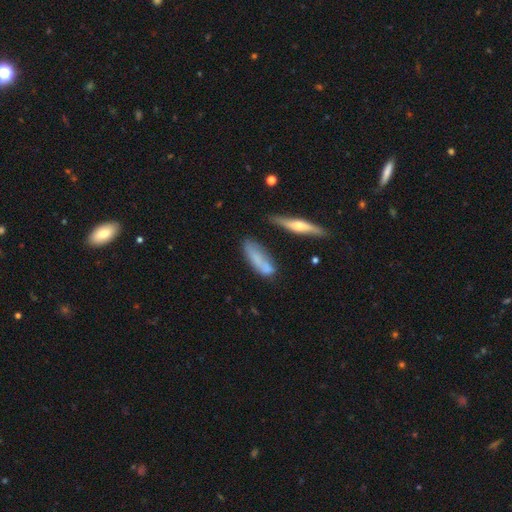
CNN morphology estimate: The model was most divided on "smooth or featured": smooth: 54%, featured or disk: 34%, star or artifact: 13%. More confident: how rounded — cigar-shaped (61%); merging — none (61%).